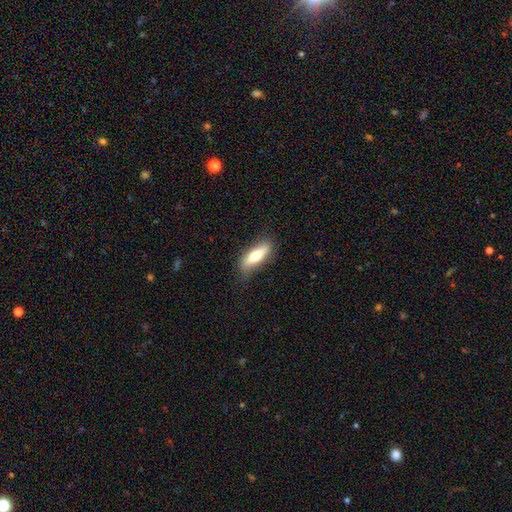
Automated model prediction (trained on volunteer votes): smooth 59%, featured or disk 35%, star or artifact 6%. Down the decision tree: how rounded — in between (51%); merging — none (77%).